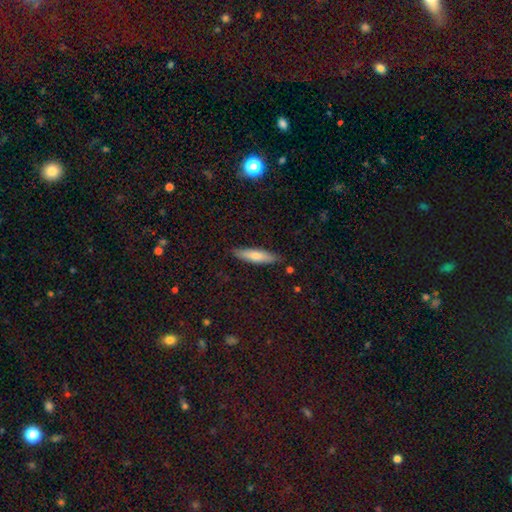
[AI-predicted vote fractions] Morphology: type=smooth (70%); roundness=cigar-shaped (74%); merging=none (85%).